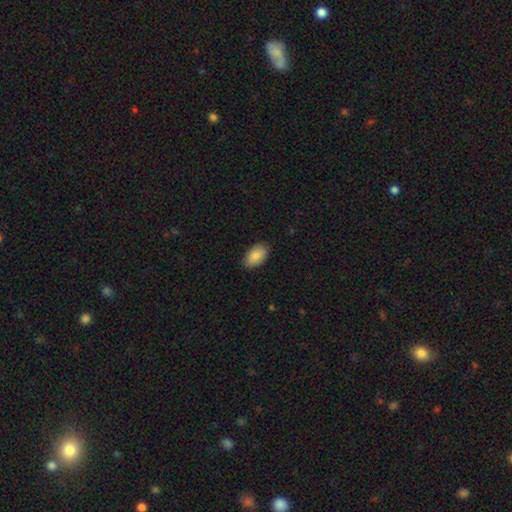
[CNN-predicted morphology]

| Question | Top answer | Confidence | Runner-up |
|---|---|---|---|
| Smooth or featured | smooth | 88% | star or artifact (6%) |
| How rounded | in between | 94% | round (4%) |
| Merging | none | 86% | minor disturbance (11%) |